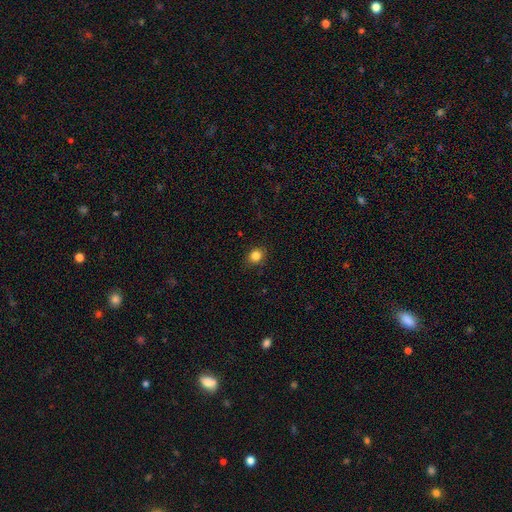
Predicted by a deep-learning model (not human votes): Smooth or featured? Predicted: smooth (p=0.84). How rounded? Predicted: round (p=0.68). Merging? Predicted: none (p=0.87).